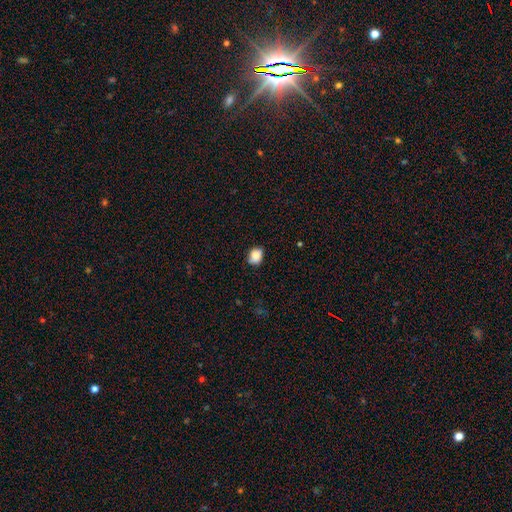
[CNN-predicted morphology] smooth_or_featured: smooth (p=0.83) [alt: star or artifact p=0.09]
how_rounded: in between (p=0.62) [alt: round p=0.37]
merging: none (p=0.77) [alt: minor disturbance p=0.19]